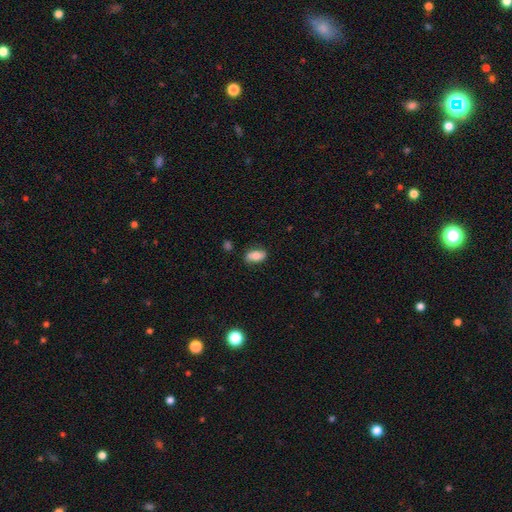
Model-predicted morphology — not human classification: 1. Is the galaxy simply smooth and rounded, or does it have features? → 79% smooth, 14% featured or disk, 7% star or artifact.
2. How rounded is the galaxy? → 89% in between, 6% cigar-shaped, 5% round.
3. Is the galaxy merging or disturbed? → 80% none, 15% minor disturbance, 3% major disturbance, 2% merger.